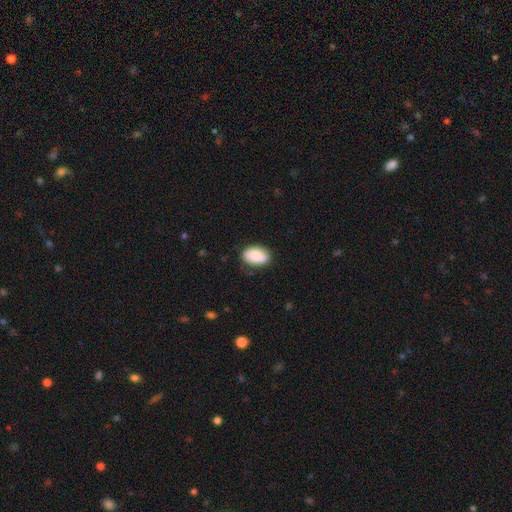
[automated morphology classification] This appears to be a smooth galaxy with no disk features (79%) that is in between round and cigar-shaped (87%). Merging: none (76%).